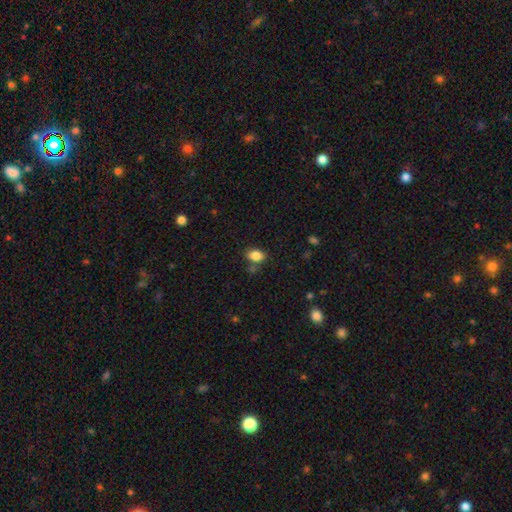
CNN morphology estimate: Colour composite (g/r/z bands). It shows a smooth galaxy with no disk features (85%) that is in between round and cigar-shaped (82%). Merging: none (74%).